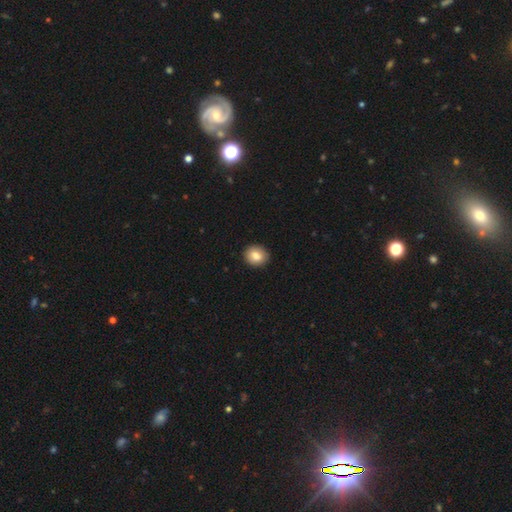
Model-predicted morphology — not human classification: A smooth galaxy with no disk features (83%) that is round (69%). Merging: none (90%).